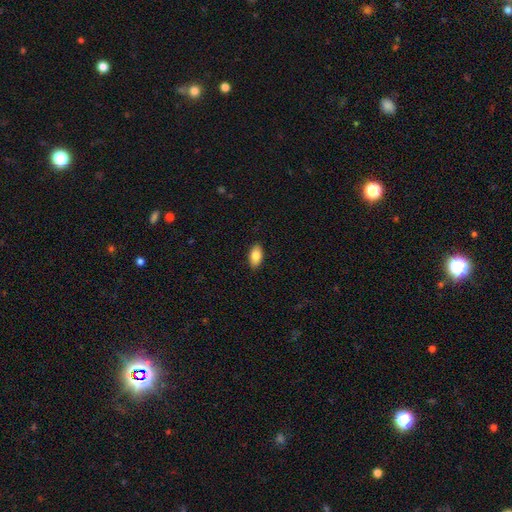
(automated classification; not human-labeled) Smooth or featured? Predicted: smooth (p=0.83). How rounded? Predicted: in between (p=0.92). Merging? Predicted: none (p=0.89).